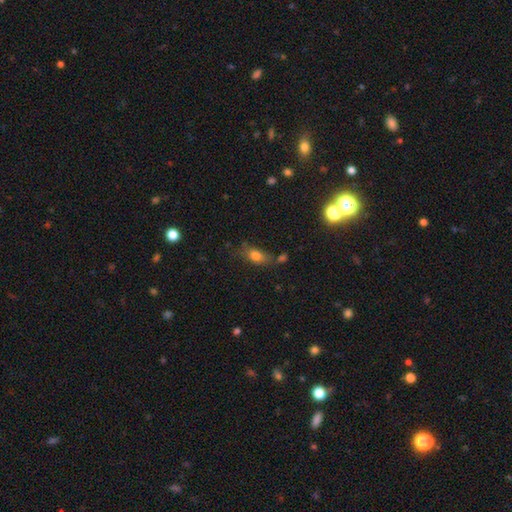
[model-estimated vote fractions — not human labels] This is likely a smooth galaxy (74%). How rounded: likely in between (75%). Merging: possibly none (58%).